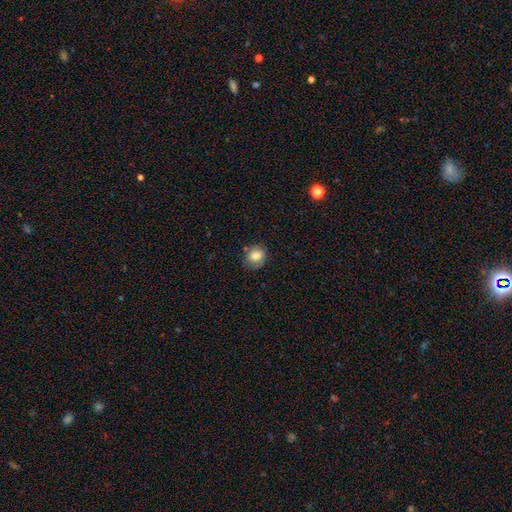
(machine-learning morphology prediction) Smooth or featured: smooth — 78% (featured or disk — 12%)
How rounded: round — 63% (in between — 36%)
Merging: none — 68% (minor disturbance — 23%)